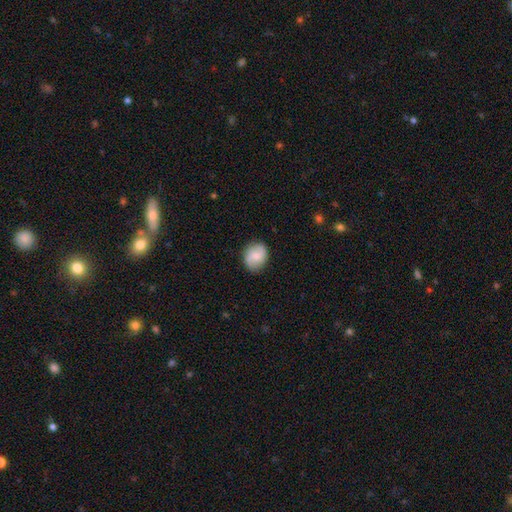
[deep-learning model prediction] Smooth or featured? Predicted: smooth (p=0.49). Merging? Predicted: none (p=0.83).